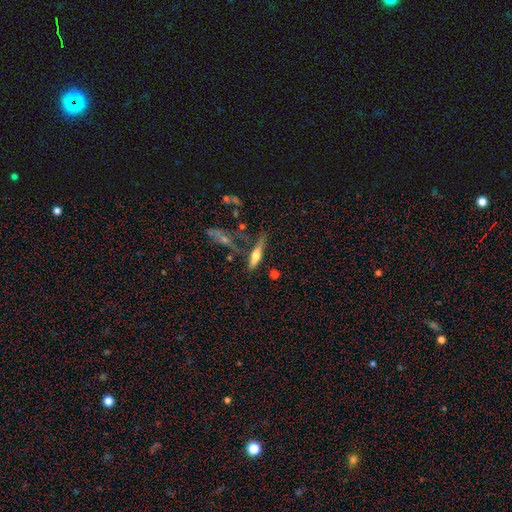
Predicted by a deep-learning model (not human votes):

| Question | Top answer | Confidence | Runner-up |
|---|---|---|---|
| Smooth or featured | smooth | 49% | featured or disk (43%) |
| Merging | none | 54% | minor disturbance (20%) |